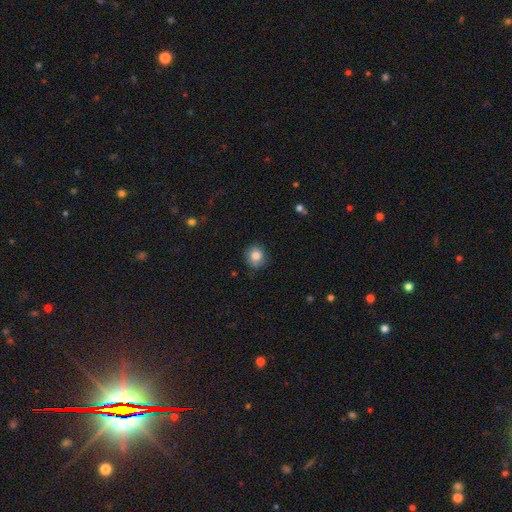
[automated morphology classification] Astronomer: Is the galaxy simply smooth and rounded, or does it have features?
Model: smooth — 83%.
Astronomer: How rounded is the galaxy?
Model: round — 88%.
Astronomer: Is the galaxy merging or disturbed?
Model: none — 84%.